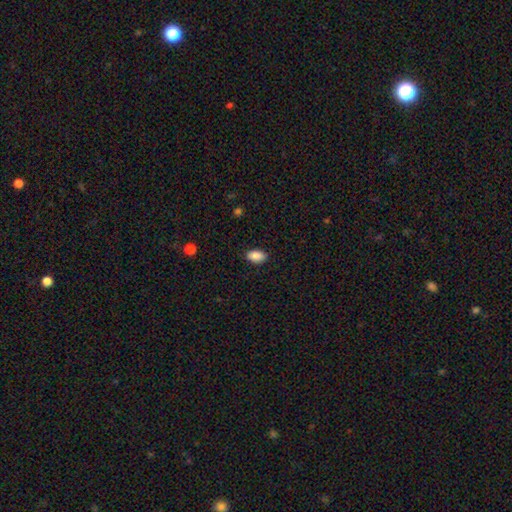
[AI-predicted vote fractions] A smooth galaxy with no disk features (87%) that is in between round and cigar-shaped (93%). Merging: none (86%).